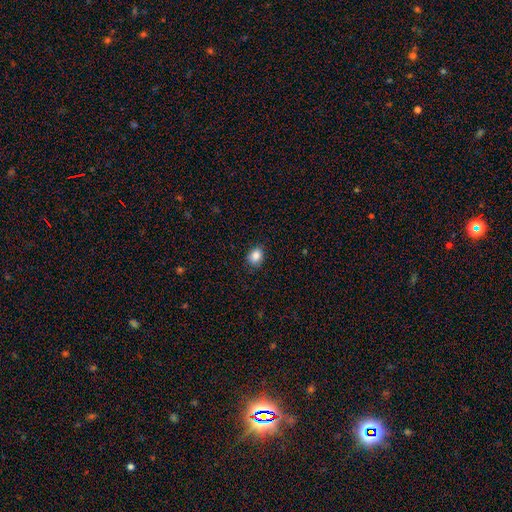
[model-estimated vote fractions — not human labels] A smooth galaxy with no disk features (87%) that is in between round and cigar-shaped (59%).

Vote fractions:
- Smooth or featured? smooth: 87% / star or artifact: 9% / featured or disk: 5%
- How rounded? in between: 59% / round: 40% / cigar-shaped: 1%
- Merging? none: 85% / minor disturbance: 12% / major disturbance: 2% / merger: 1%